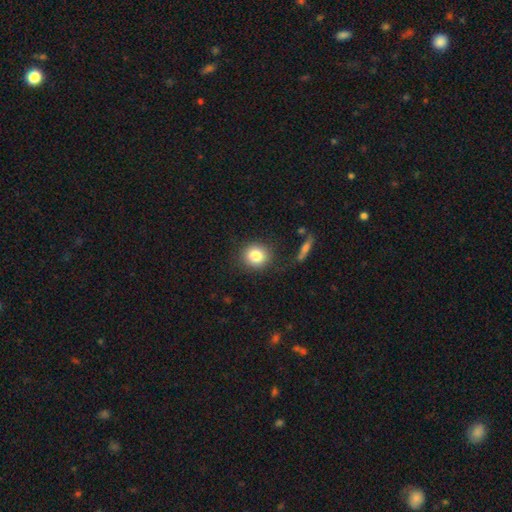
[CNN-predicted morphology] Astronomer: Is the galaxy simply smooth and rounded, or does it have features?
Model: smooth — 83%.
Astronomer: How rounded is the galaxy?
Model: round — 87%.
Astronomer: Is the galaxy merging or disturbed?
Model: none — 84%.